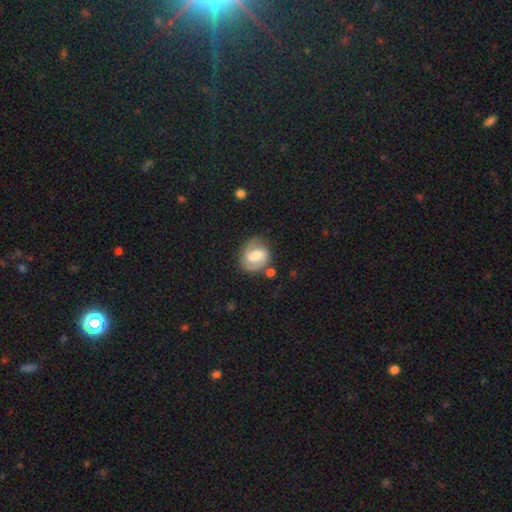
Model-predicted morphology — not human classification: Smooth or featured? featured or disk (61%)
Edge-on disk? no (97%)
Bar? weak (50%)
Spiral arms? yes (85%)
Spiral winding? medium (46%)
Spiral arm count? 2 (81%)
Bulge size? moderate (62%)
Merging? none (70%)